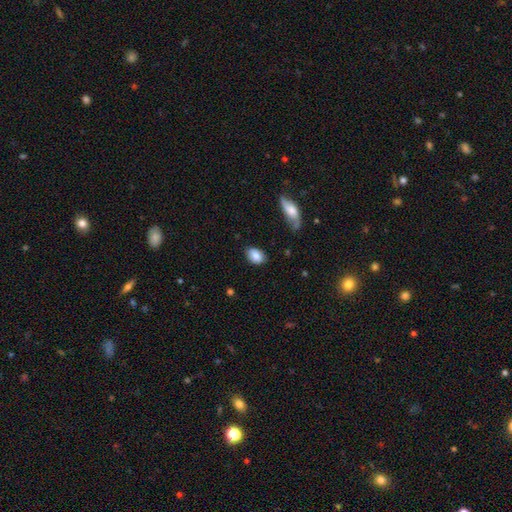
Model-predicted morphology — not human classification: type=smooth (82%); roundness=in between (79%); merging=none (82%).